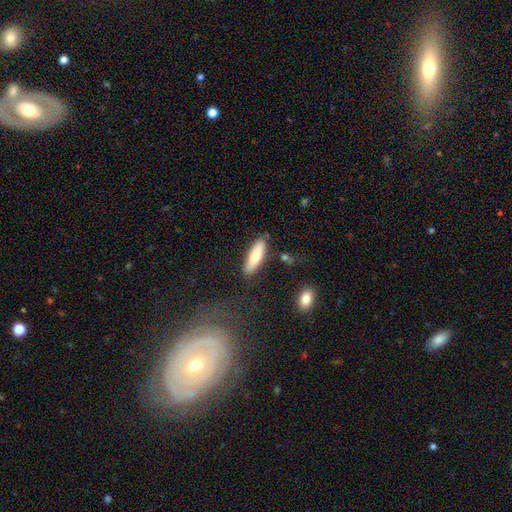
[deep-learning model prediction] smooth 80%, featured or disk 15%, star or artifact 6%. Down the decision tree: how rounded — cigar-shaped (53%); merging — none (81%).